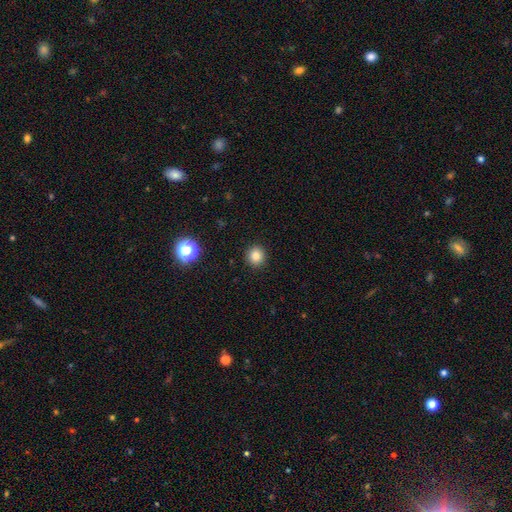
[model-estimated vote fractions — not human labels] Smooth or featured: smooth — 83% (star or artifact — 12%)
How rounded: round — 93% (in between — 6%)
Merging: none — 92% (minor disturbance — 5%)